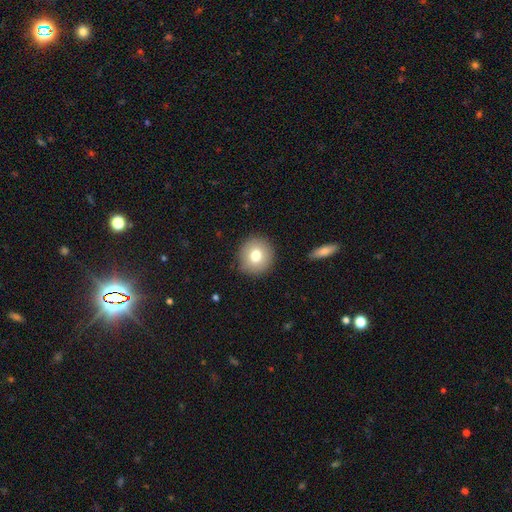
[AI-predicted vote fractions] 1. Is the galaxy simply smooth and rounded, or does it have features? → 76% smooth, 14% featured or disk, 9% star or artifact.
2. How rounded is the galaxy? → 93% round, 6% in between, 1% cigar-shaped.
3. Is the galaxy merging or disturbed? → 90% none, 7% minor disturbance, 2% major disturbance, 1% merger.